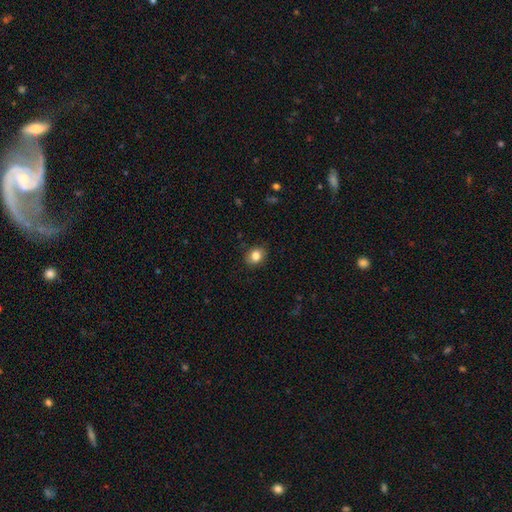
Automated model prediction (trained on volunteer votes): The model was most divided on "how rounded": round: 58%, in between: 41%, cigar-shaped: 1%. More confident: merging — none (84%); smooth or featured — smooth (83%).